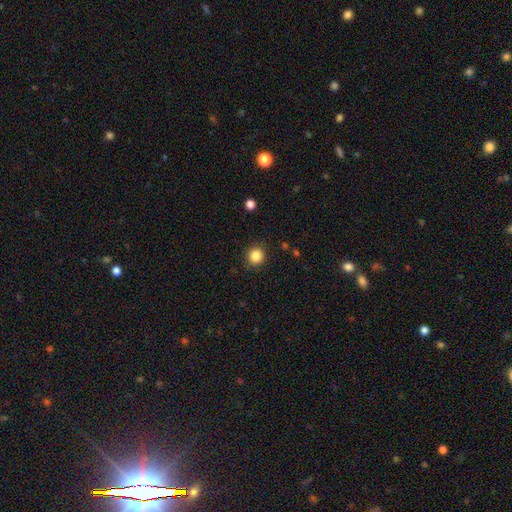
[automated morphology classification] Smooth or featured: smooth — 85% (star or artifact — 11%)
How rounded: round — 90% (in between — 9%)
Merging: none — 90% (minor disturbance — 7%)